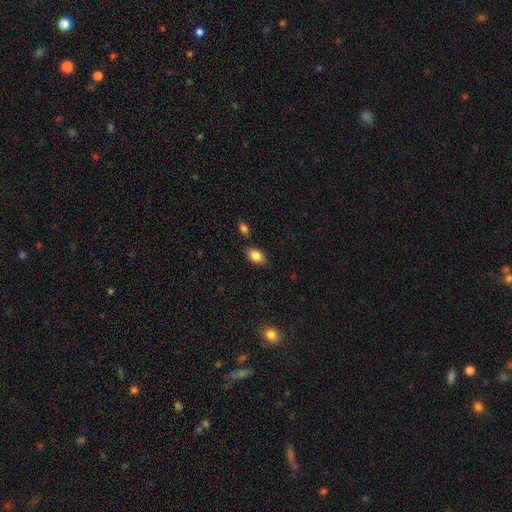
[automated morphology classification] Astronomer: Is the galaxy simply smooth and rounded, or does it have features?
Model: smooth — 85%.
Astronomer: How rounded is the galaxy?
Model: in between — 89%.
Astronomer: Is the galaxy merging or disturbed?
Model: none — 78%.